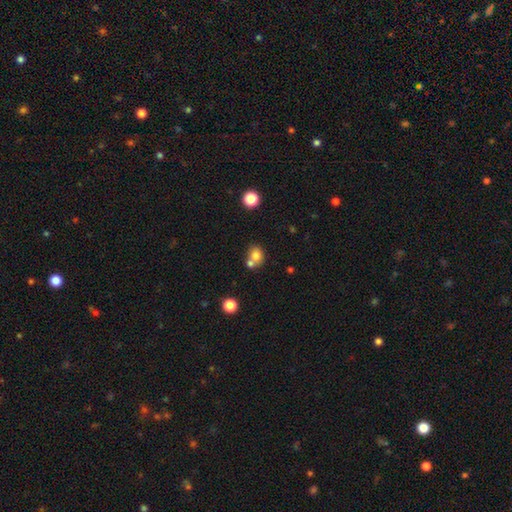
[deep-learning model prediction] Smooth or featured? Predicted: smooth (p=0.76). How rounded? Predicted: round (p=0.67). Merging? Predicted: none (p=0.44).